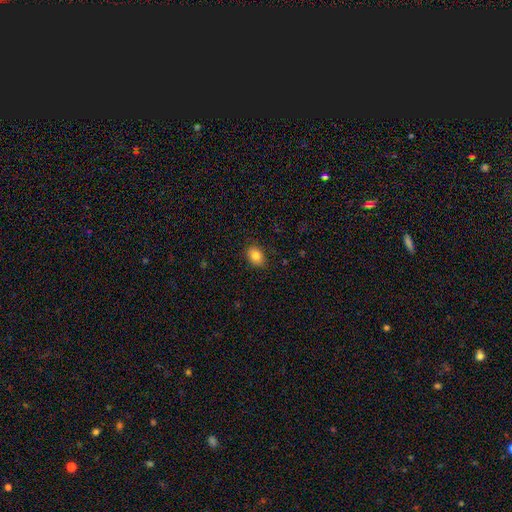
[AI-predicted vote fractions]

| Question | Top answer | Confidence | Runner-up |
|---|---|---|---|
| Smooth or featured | smooth | 83% | star or artifact (9%) |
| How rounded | in between | 70% | round (29%) |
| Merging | none | 86% | minor disturbance (10%) |